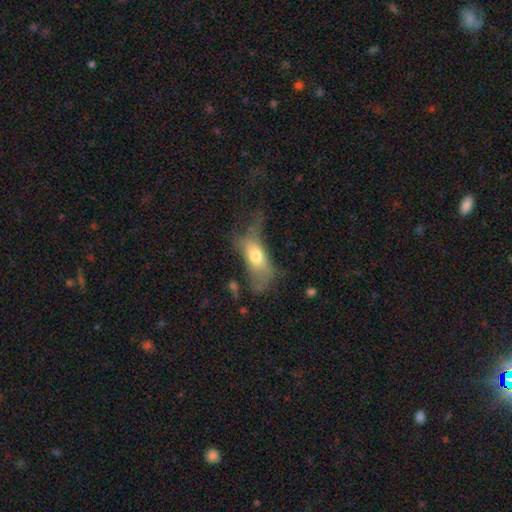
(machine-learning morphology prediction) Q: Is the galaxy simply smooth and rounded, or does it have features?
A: smooth — 62%.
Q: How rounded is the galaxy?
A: in between — 77%.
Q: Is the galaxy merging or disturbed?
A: major disturbance — 44%.